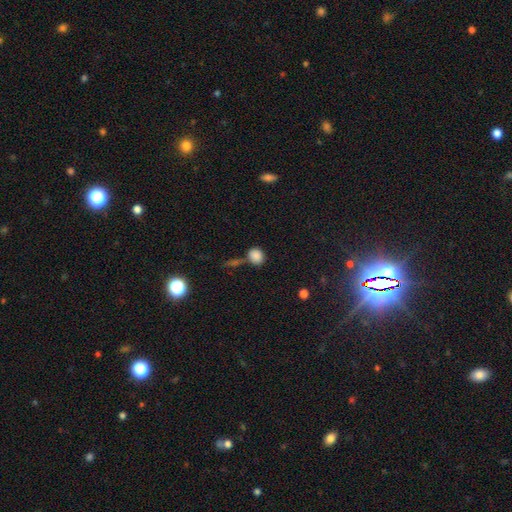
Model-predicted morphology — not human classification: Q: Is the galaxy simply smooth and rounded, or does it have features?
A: smooth — 85%.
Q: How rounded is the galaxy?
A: round — 70%.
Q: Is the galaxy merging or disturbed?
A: none — 61%.